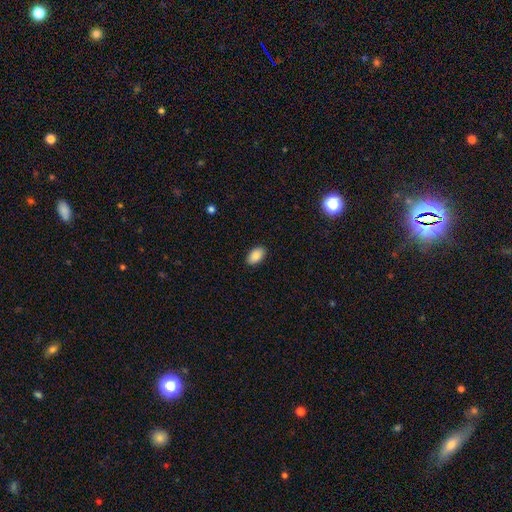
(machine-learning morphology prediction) This is clearly a smooth galaxy (89%). How rounded: clearly in between (93%). Merging: clearly none (89%).